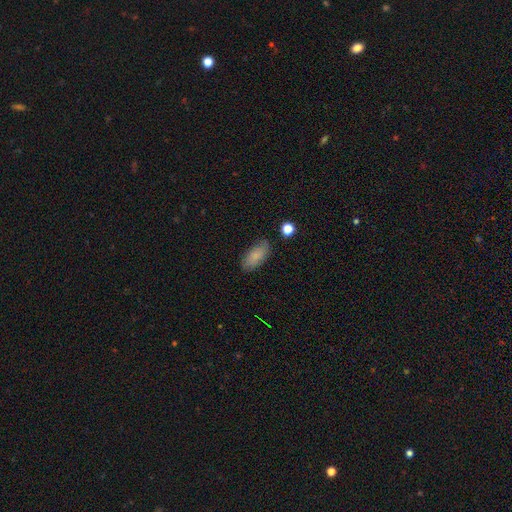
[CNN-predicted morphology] A smooth galaxy with no disk features (82%) that is in between round and cigar-shaped (87%).

Vote fractions:
- Smooth or featured? smooth: 82% / featured or disk: 10% / star or artifact: 8%
- How rounded? in between: 87% / cigar-shaped: 10% / round: 3%
- Merging? none: 80% / minor disturbance: 15% / major disturbance: 3% / merger: 2%